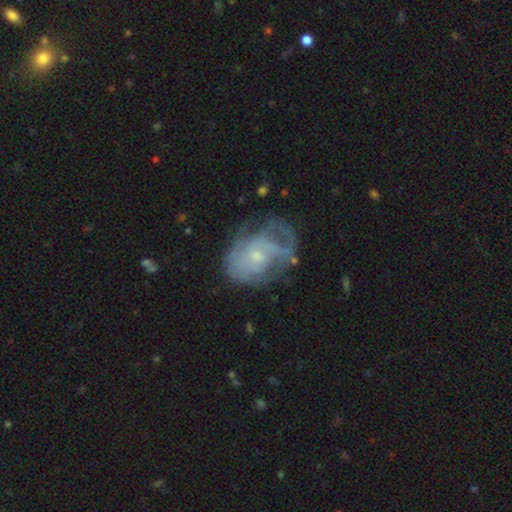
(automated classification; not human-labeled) smooth-or-featured: featured or disk: 64% | smooth: 27% | star or artifact: 9%
  disk-edge-on: no: 97% | yes: 3%
    bar: no: 75% | weak: 22% | strong: 3%
    has-spiral-arms: yes: 63% | no: 37%
    bulge-size: small: 65% | moderate: 25% | none: 6% | large: 2% | dominant: 1%
  merging: none: 40% | major disturbance: 31% | minor disturbance: 26% | merger: 3%